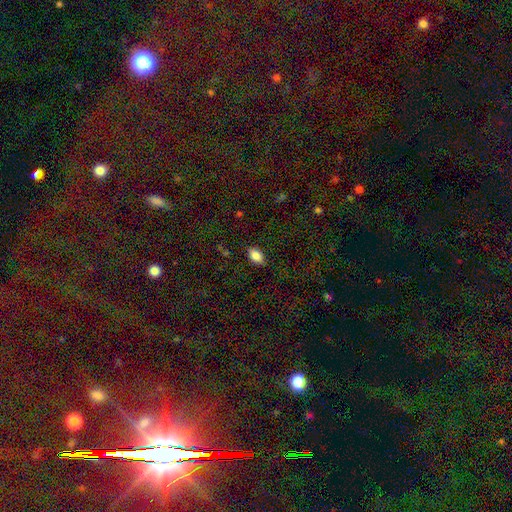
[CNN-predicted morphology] Smooth or featured: smooth — 85% (star or artifact — 9%)
How rounded: in between — 90% (round — 8%)
Merging: none — 83% (minor disturbance — 13%)